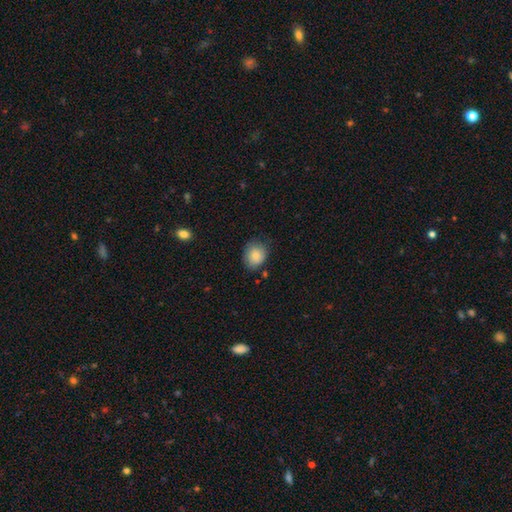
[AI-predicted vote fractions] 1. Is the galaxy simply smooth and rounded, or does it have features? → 84% smooth, 8% star or artifact, 8% featured or disk.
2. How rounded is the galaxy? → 64% round, 35% in between, 1% cigar-shaped.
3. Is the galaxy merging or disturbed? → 73% none, 21% minor disturbance, 4% major disturbance, 2% merger.